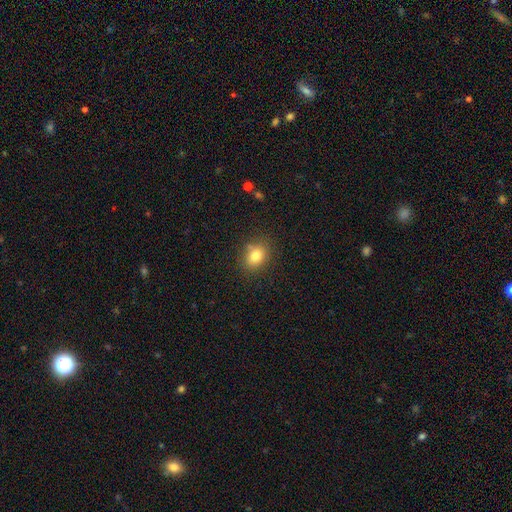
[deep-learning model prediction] A smooth galaxy with no disk features (80%) that is round (55%). Merging: none (82%).